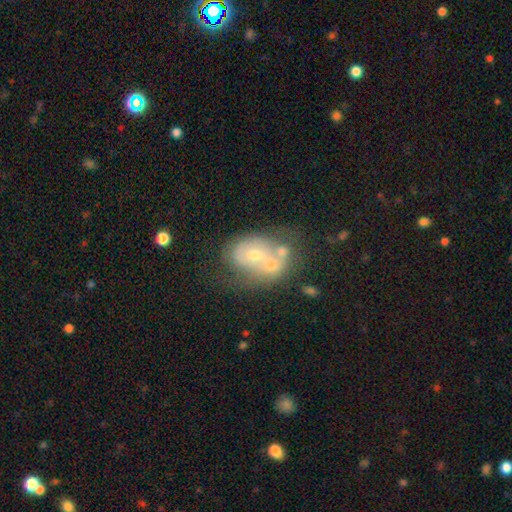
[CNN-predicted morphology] Smooth or featured? featured or disk (59%)
Edge-on disk? no (97%)
Bar? no (82%)
Spiral arms? no (64%)
Bulge size? moderate (49%)
Merging? merger (55%)